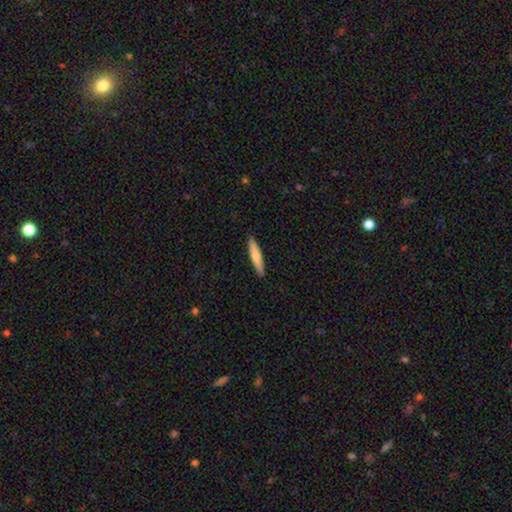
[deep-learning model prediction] A smooth galaxy with no disk features (63%) that is cigar-shaped (91%). Merging: none (91%).